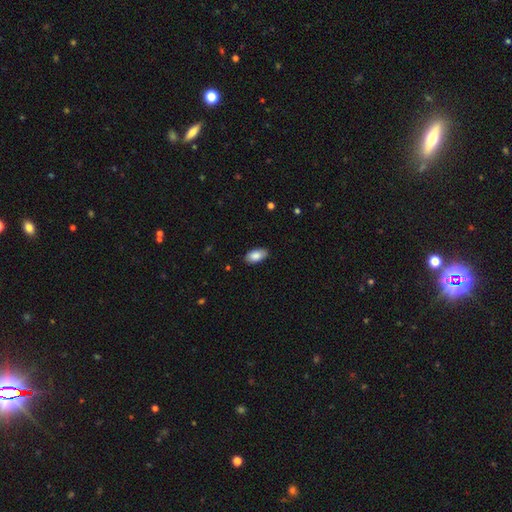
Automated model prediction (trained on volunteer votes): The model was most divided on "merging": none: 86%, minor disturbance: 11%, major disturbance: 2%, merger: 1%. More confident: how rounded — in between (94%); smooth or featured — smooth (85%).